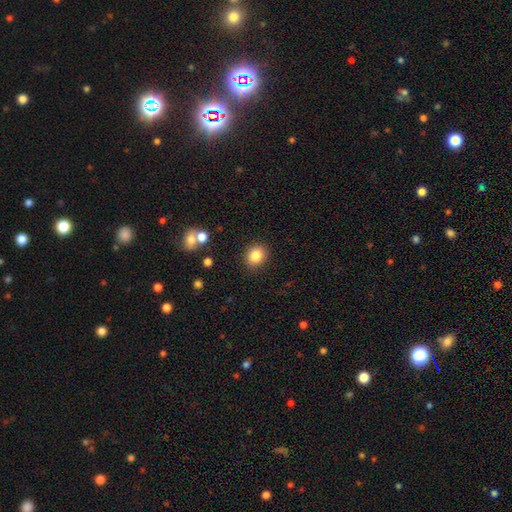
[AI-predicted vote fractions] Smooth or featured: smooth — 84% (star or artifact — 10%)
How rounded: round — 62% (in between — 37%)
Merging: none — 88% (minor disturbance — 8%)